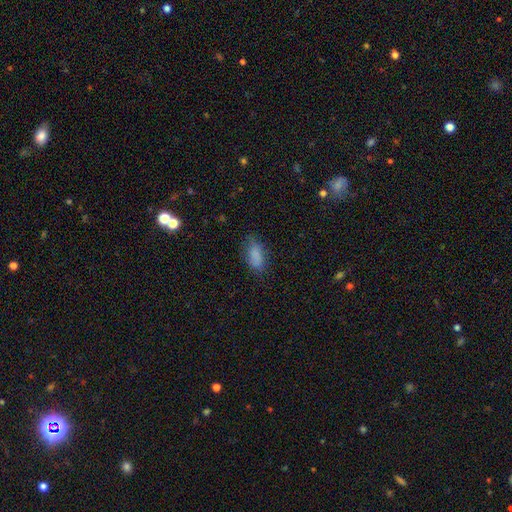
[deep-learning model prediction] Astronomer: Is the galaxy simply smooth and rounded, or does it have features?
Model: smooth — 83%.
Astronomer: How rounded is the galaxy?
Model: in between — 86%.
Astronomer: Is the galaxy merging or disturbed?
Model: none — 69%.